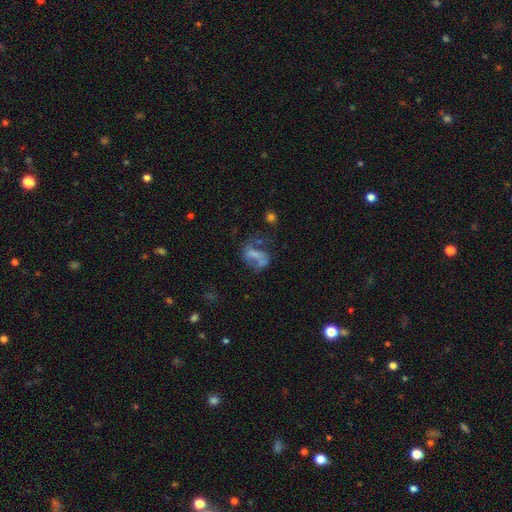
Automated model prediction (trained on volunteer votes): Q: Smooth or featured?
A: featured or disk (43%); runner-up: smooth (42%)
Q: Merging?
A: major disturbance (31%); runner-up: none (29%)